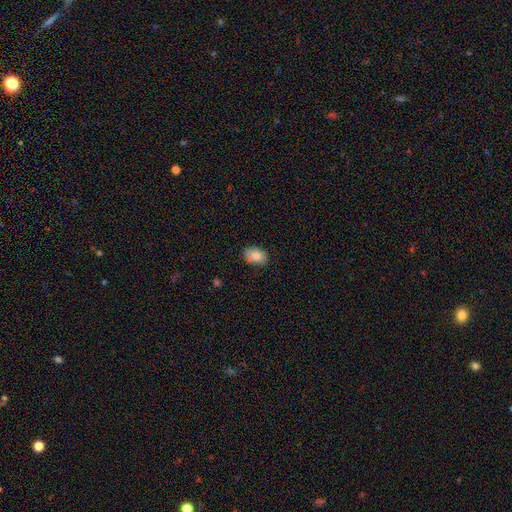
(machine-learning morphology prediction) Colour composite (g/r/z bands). It shows a smooth galaxy with no disk features (82%) that is in between round and cigar-shaped (84%). Merging: none (82%).